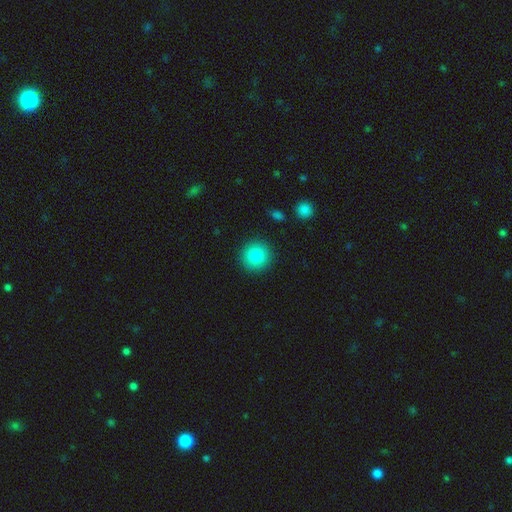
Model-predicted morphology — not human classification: Smooth or featured? smooth (84%)
How rounded? round (94%)
Merging? none (91%)